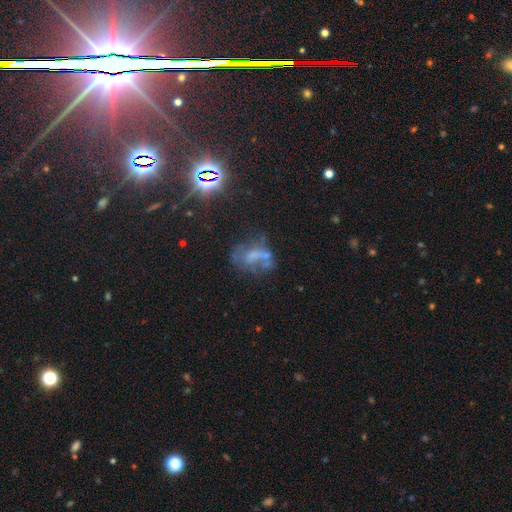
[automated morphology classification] Smooth or featured? Predicted: featured or disk (p=0.47). Merging? Predicted: none (p=0.34).